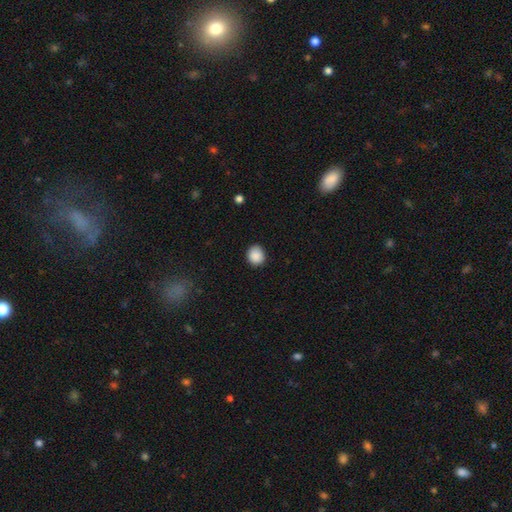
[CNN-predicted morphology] Smooth or featured?
  - smooth: 89% *
  - star or artifact: 8%
  - featured or disk: 3%
How rounded?
  - round: 79% *
  - in between: 20%
  - cigar-shaped: 1%
Merging?
  - none: 87% *
  - minor disturbance: 10%
  - major disturbance: 2%
  - merger: 1%